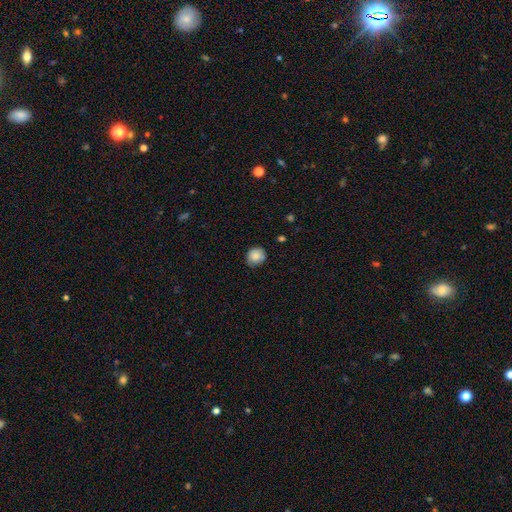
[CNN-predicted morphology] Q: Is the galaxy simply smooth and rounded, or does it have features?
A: smooth — 85%.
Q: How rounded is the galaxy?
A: round — 81%.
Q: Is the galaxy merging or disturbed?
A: none — 78%.